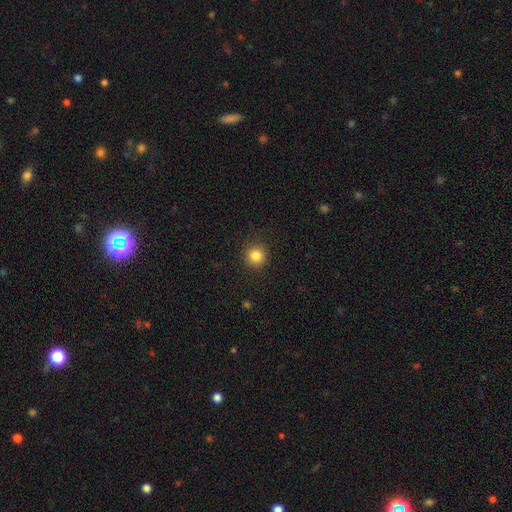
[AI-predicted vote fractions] A smooth galaxy with no disk features (85%) that is round (94%). Merging: none (91%).